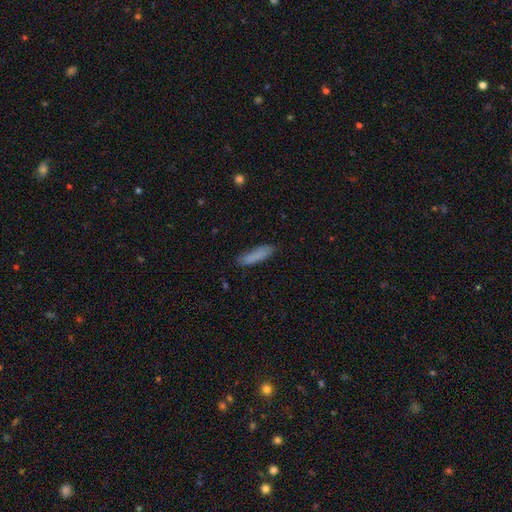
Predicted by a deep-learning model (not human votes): smooth-or-featured: smooth: 84% | featured or disk: 9% | star or artifact: 7%
  how-rounded: cigar-shaped: 75% | in between: 24% | round: 2%
  merging: none: 80% | minor disturbance: 15% | major disturbance: 3% | merger: 2%